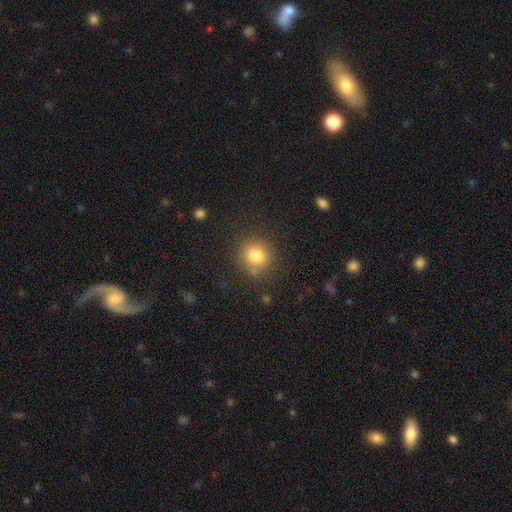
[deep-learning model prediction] Smooth or featured: smooth — 81% (star or artifact — 12%)
How rounded: round — 89% (in between — 10%)
Merging: none — 80% (minor disturbance — 11%)